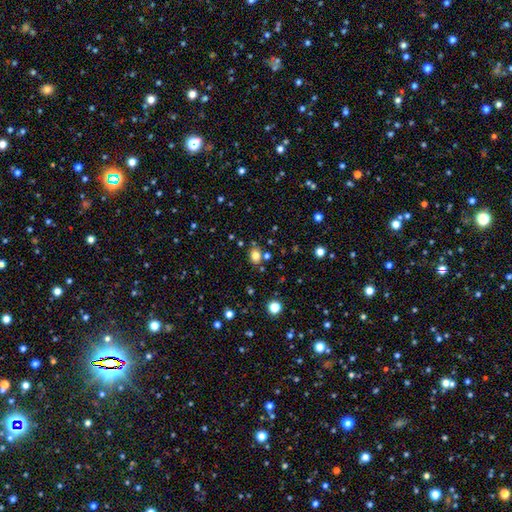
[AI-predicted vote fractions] This is likely a smooth galaxy (79%). How rounded: possibly round (50%). Merging: likely none (77%).